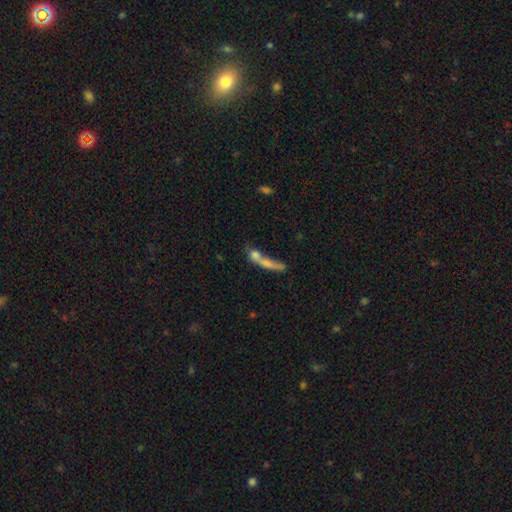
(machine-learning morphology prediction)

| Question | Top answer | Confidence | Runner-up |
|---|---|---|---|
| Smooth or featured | smooth | 59% | featured or disk (28%) |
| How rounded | cigar-shaped | 65% | in between (24%) |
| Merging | merger | 50% | none (25%) |